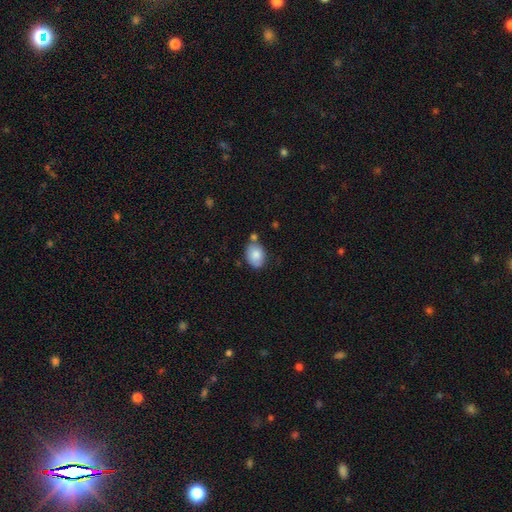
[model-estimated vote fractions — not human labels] smooth 83%, featured or disk 10%, star or artifact 7%. Down the decision tree: how rounded — in between (70%); merging — none (61%).